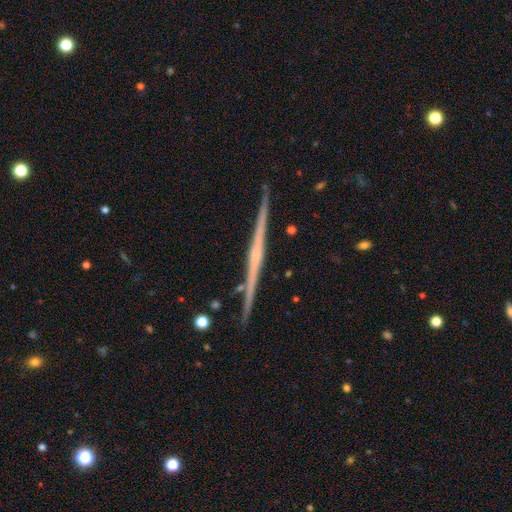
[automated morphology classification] A featured or disk galaxy (80%) viewed edge-on (99%) with no central bulge (59%). Merging: none (91%).